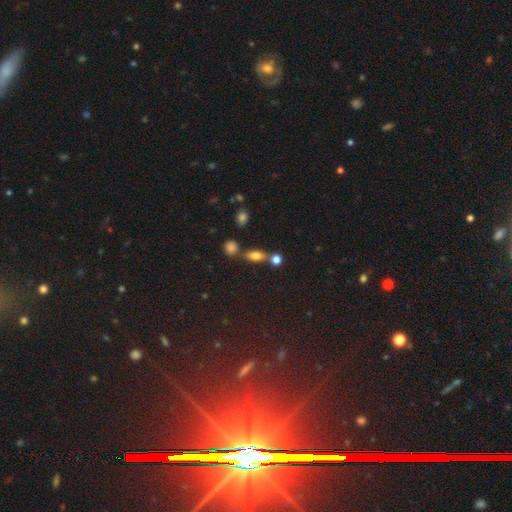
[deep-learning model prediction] A smooth galaxy with no disk features (71%) that is in between round and cigar-shaped (71%). Merging: none (63%).